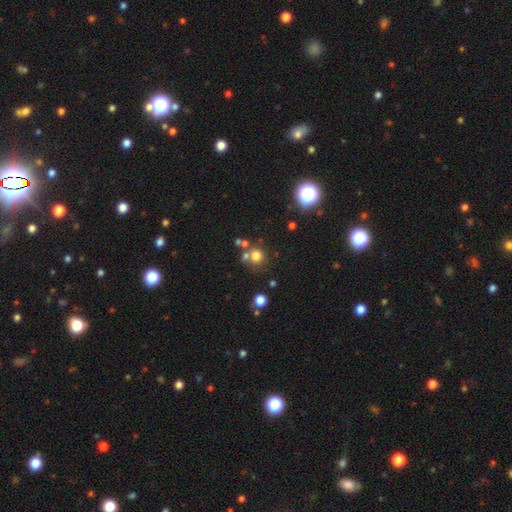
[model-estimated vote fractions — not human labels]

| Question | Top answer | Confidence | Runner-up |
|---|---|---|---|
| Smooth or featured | smooth | 71% | star or artifact (18%) |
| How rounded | round | 88% | in between (11%) |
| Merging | none | 59% | merger (25%) |